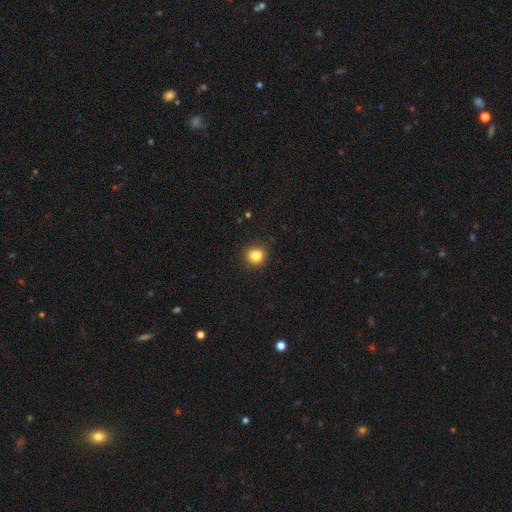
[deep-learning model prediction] Smooth or featured?
  - smooth: 86% *
  - star or artifact: 10%
  - featured or disk: 4%
How rounded?
  - round: 79% *
  - in between: 20%
  - cigar-shaped: 1%
Merging?
  - none: 85% *
  - minor disturbance: 11%
  - major disturbance: 3%
  - merger: 1%